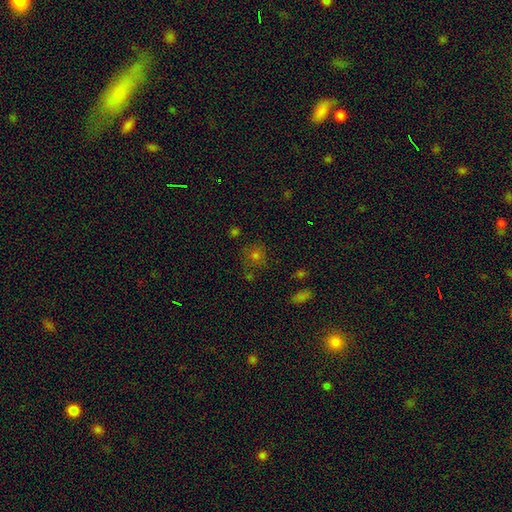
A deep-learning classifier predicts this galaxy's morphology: A smooth galaxy with no disk features (65%) that is round (85%). Merging: none (74%).